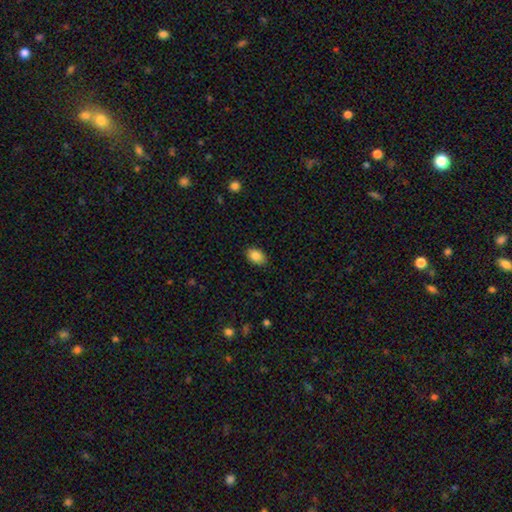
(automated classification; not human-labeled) This is clearly a smooth galaxy (85%). How rounded: clearly in between (84%). Merging: clearly none (86%).